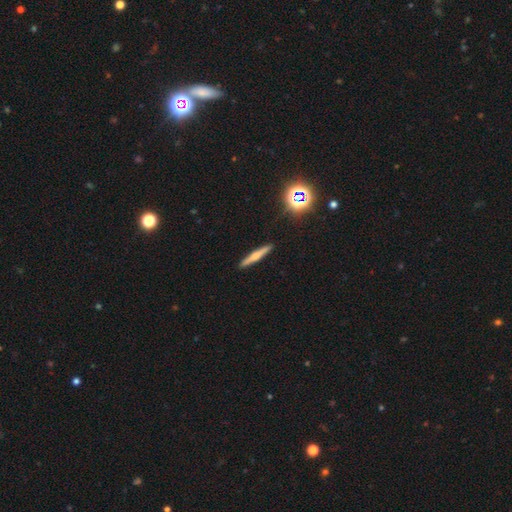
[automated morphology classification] smooth_or_featured: featured or disk (p=0.48) [alt: smooth p=0.43]
merging: none (p=0.91) [alt: minor disturbance p=0.06]